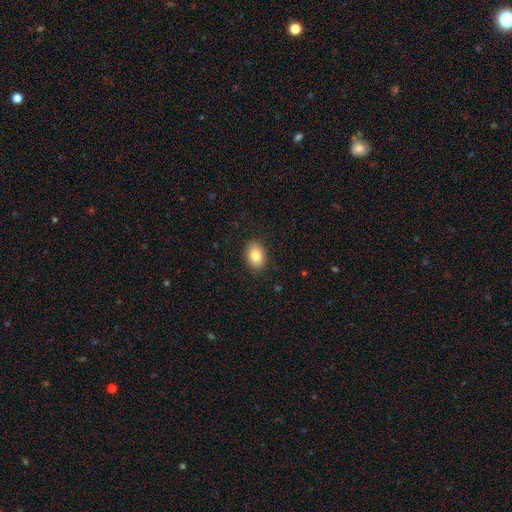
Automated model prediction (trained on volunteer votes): A smooth galaxy with no disk features (83%) that is in between round and cigar-shaped (82%). Merging: none (88%).